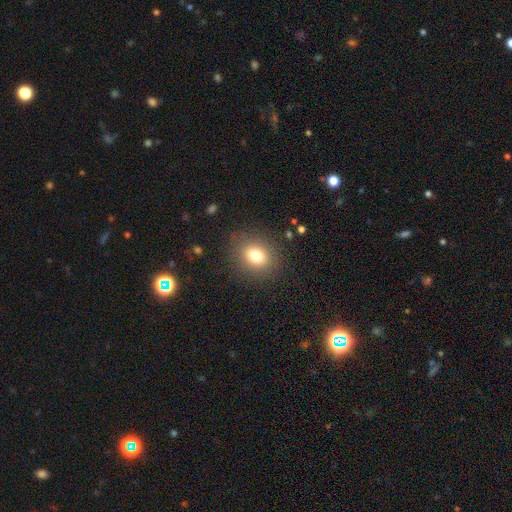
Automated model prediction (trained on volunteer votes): A smooth galaxy with no disk features (79%) that is round (62%).

Vote fractions:
- Smooth or featured? smooth: 79% / star or artifact: 12% / featured or disk: 10%
- How rounded? round: 62% / in between: 37% / cigar-shaped: 1%
- Merging? none: 86% / minor disturbance: 9% / major disturbance: 4% / merger: 1%